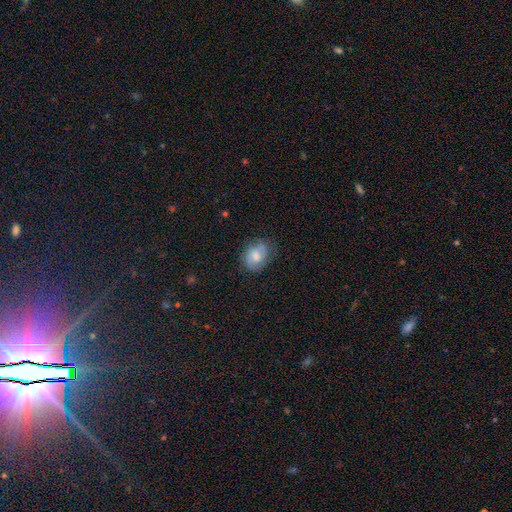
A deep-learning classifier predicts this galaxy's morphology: Smooth or featured: smooth — 63% (featured or disk — 29%)
How rounded: in between — 59% (round — 40%)
Merging: none — 65% (minor disturbance — 25%)